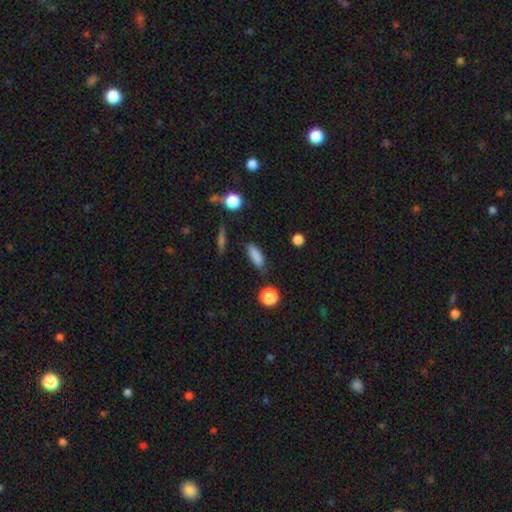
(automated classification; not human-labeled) A smooth galaxy with no disk features (85%) that is in between round and cigar-shaped (58%).

Vote fractions:
- Smooth or featured? smooth: 85% / star or artifact: 9% / featured or disk: 6%
- How rounded? in between: 58% / cigar-shaped: 38% / round: 4%
- Merging? none: 80% / minor disturbance: 14% / major disturbance: 3% / merger: 2%